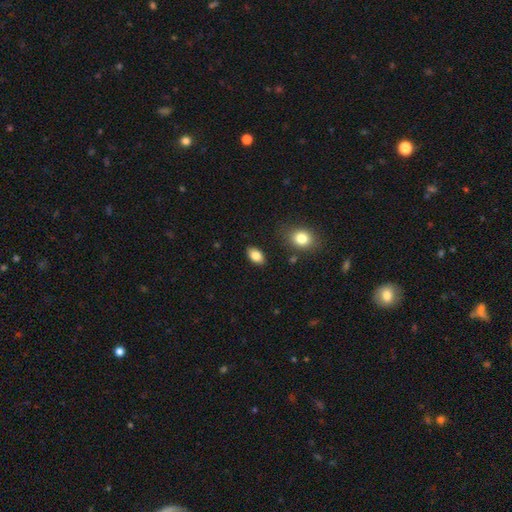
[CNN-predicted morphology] This is clearly a smooth galaxy (84%). How rounded: clearly in between (90%). Merging: clearly none (87%).